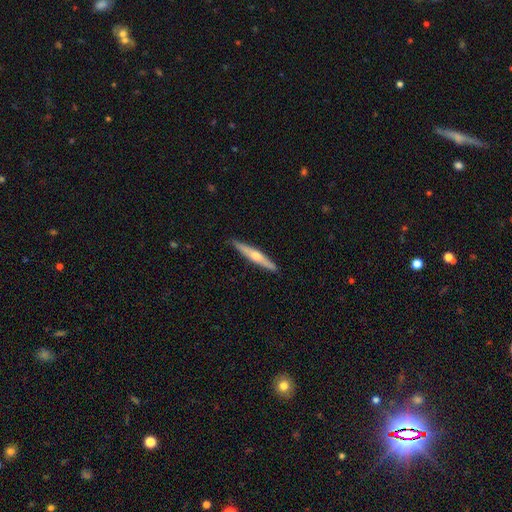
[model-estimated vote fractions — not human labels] Overall: featured or disk (60%; smooth 35%). Edge-on disk: yes (96%). Edge-on bulge: rounded (87%). Merging: none (90%).